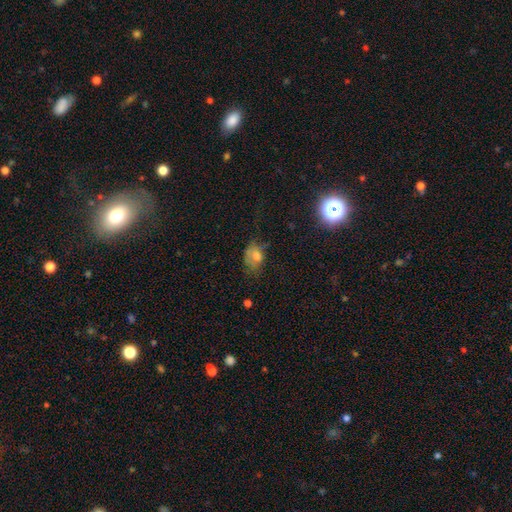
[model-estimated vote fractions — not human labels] smooth-or-featured: smooth: 61% | featured or disk: 20% | star or artifact: 19%
  how-rounded: in between: 71% | round: 27% | cigar-shaped: 2%
  merging: none: 44% | minor disturbance: 31% | major disturbance: 22% | merger: 3%